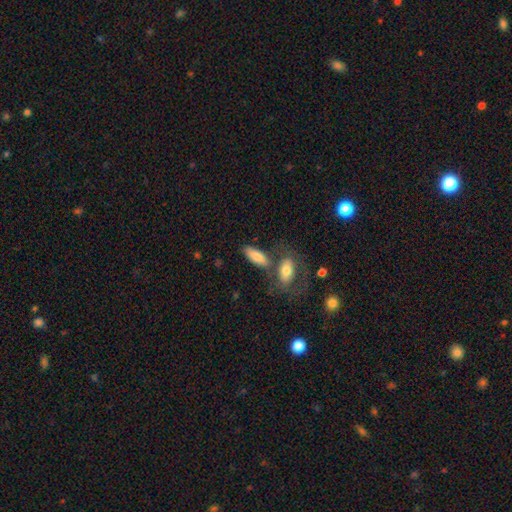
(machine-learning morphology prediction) Overall: smooth (81%). How rounded: in between (73%). Merging: none (54%; merger 26%).